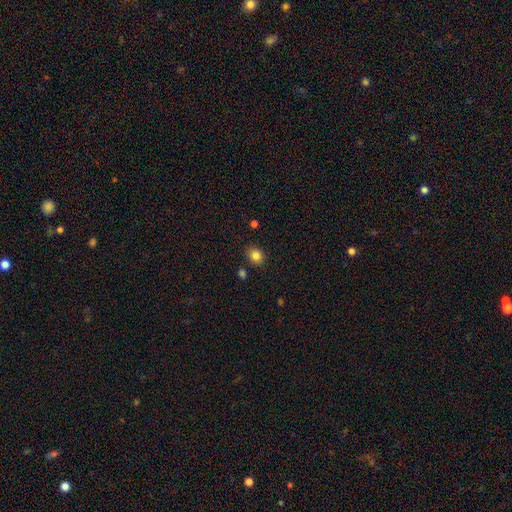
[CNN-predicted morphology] Smooth or featured? smooth (83%)
How rounded? round (64%)
Merging? none (84%)